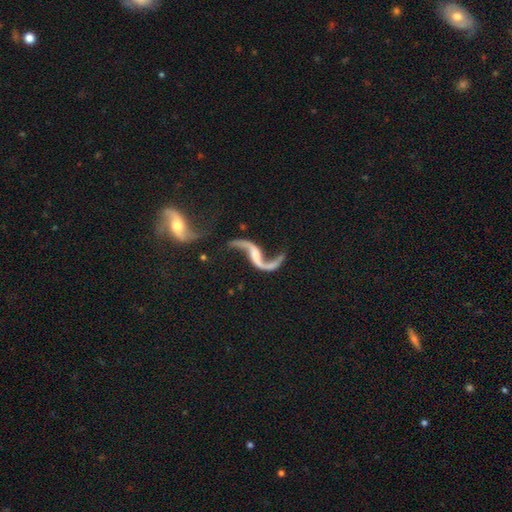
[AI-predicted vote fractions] featured or disk 91%, star or artifact 5%, smooth 4%. Down the decision tree: edge-on disk — no (95%); bar — no (43%); spiral arms — yes (96%); spiral arm count — 2 (93%); spiral winding — loose (95%); bulge size — none (44%); merging — none (63%).